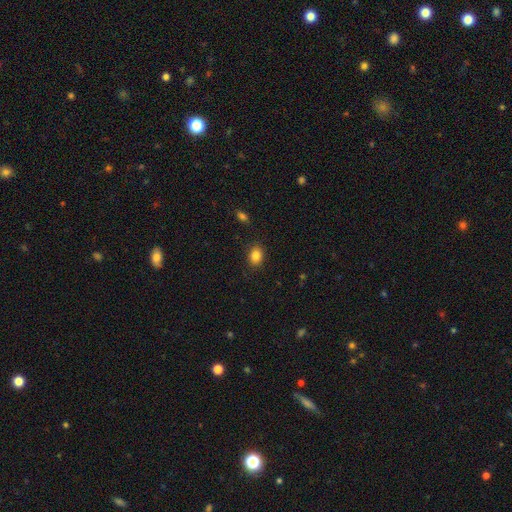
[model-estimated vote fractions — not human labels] This is clearly a smooth galaxy (85%). How rounded: likely in between (62%). Merging: clearly none (87%).